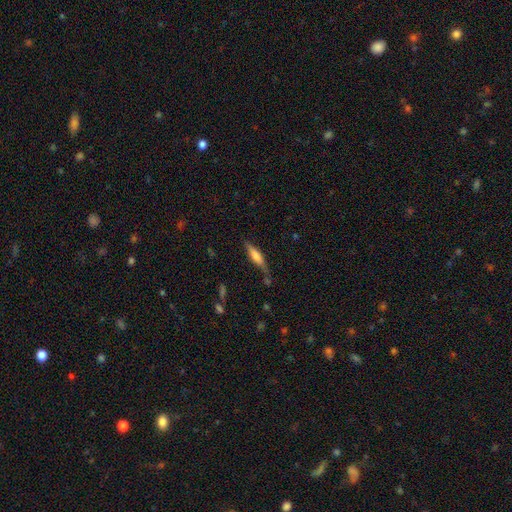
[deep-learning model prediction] Morphology: type=smooth (58%); roundness=cigar-shaped (73%); merging=none (62%).